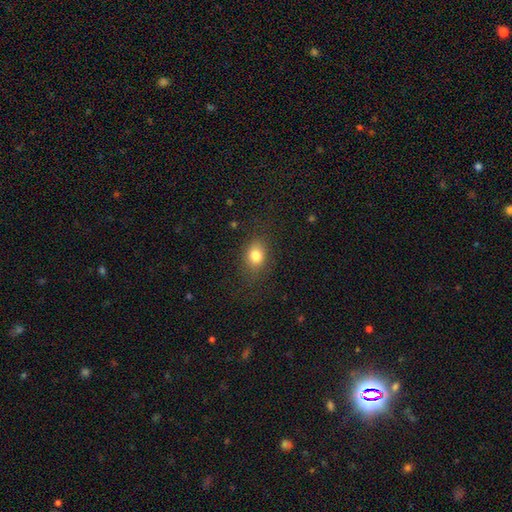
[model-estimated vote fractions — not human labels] Overall: smooth (80%). How rounded: in between (62%; round 37%). Merging: none (78%).